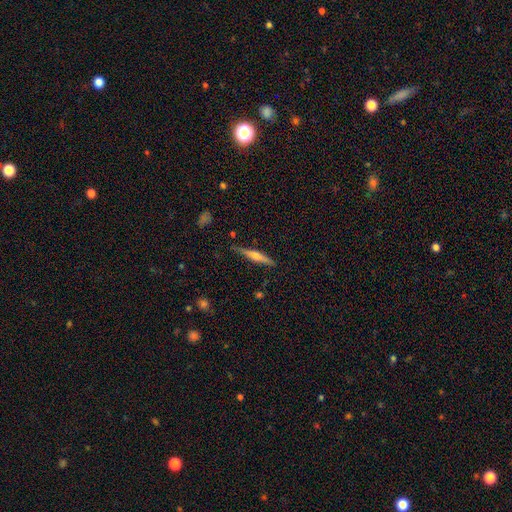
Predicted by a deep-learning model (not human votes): Q: Smooth or featured?
A: featured or disk (64%); runner-up: smooth (30%)
Q: Edge-on disk?
A: yes (97%); runner-up: no (3%)
Q: Edge-on bulge?
A: rounded (85%); runner-up: boxy (8%)
Q: Merging?
A: none (86%); runner-up: minor disturbance (11%)